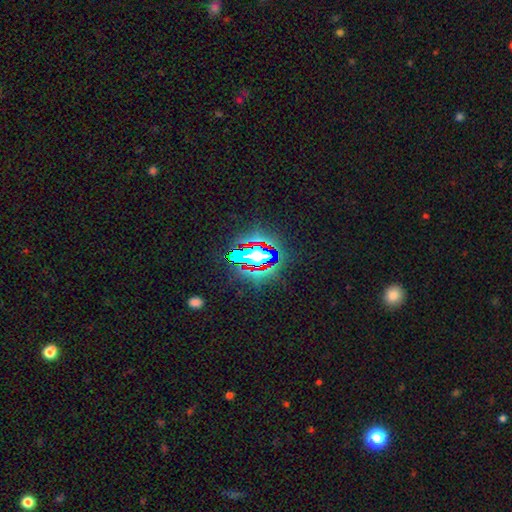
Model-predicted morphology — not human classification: This appears to be a star or artifact, not a galaxy (71%).